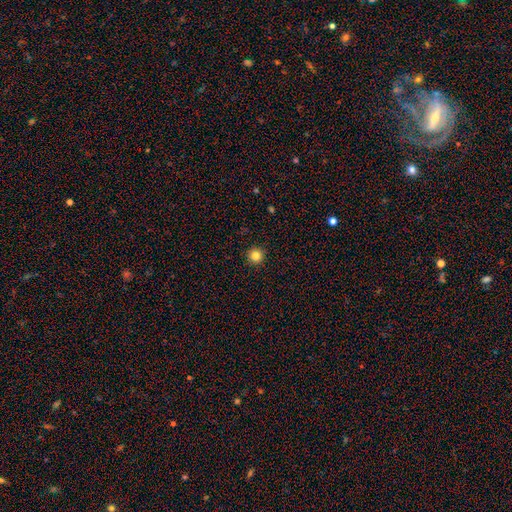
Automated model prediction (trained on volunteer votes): Smooth or featured? smooth (83%)
How rounded? round (96%)
Merging? none (94%)